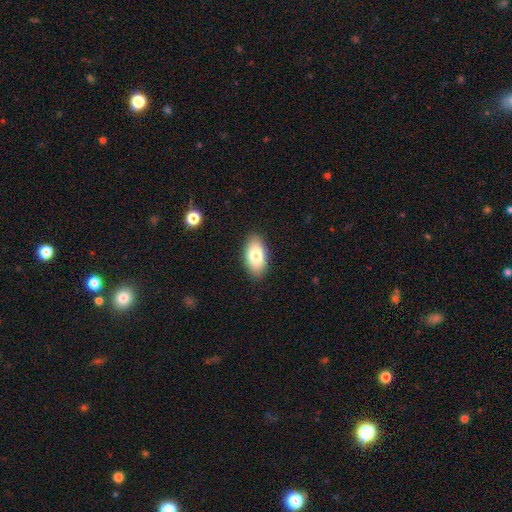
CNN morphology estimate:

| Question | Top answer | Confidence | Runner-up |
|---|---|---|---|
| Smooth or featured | smooth | 80% | featured or disk (13%) |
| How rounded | in between | 94% | round (4%) |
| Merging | none | 88% | minor disturbance (9%) |